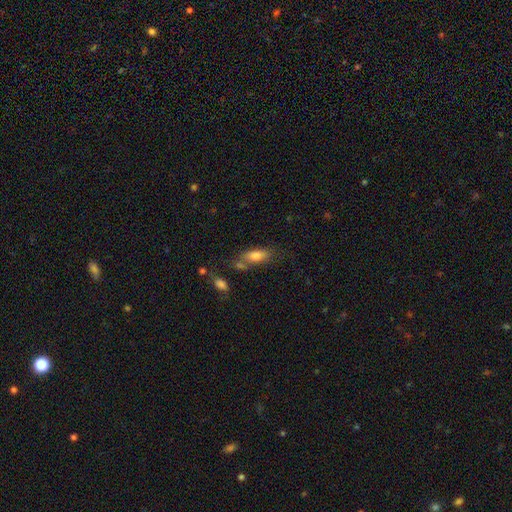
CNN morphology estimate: Smooth or featured?
  - smooth: 78% *
  - featured or disk: 13%
  - star or artifact: 9%
How rounded?
  - in between: 78% *
  - cigar-shaped: 19%
  - round: 3%
Merging?
  - none: 53% *
  - merger: 20%
  - minor disturbance: 19%
  - major disturbance: 8%